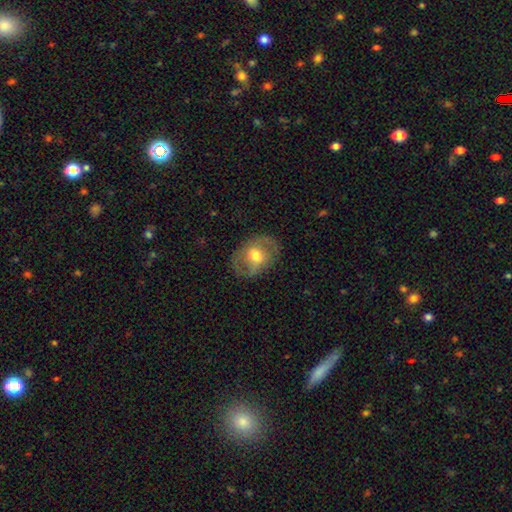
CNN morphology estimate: Q: Smooth or featured?
A: featured or disk (53%); runner-up: smooth (40%)
Q: Edge-on disk?
A: no (92%); runner-up: yes (8%)
Q: Merging?
A: none (75%); runner-up: minor disturbance (16%)